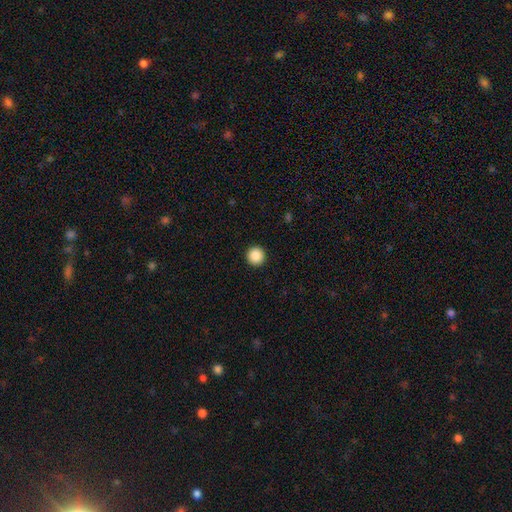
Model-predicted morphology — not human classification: A smooth galaxy with no disk features (88%) that is round (96%). Merging: none (94%).